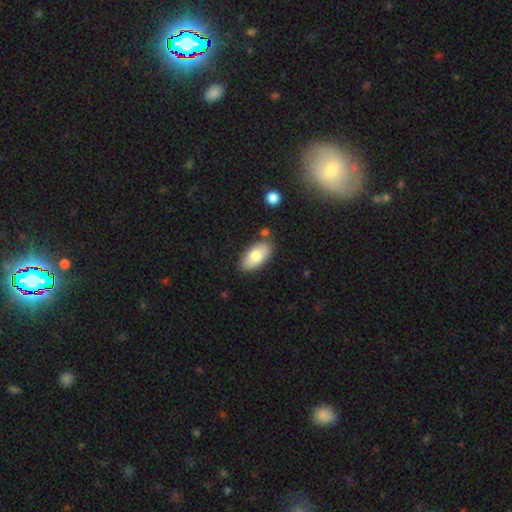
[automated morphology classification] Overall: smooth (77%). How rounded: in between (93%). Merging: none (81%).